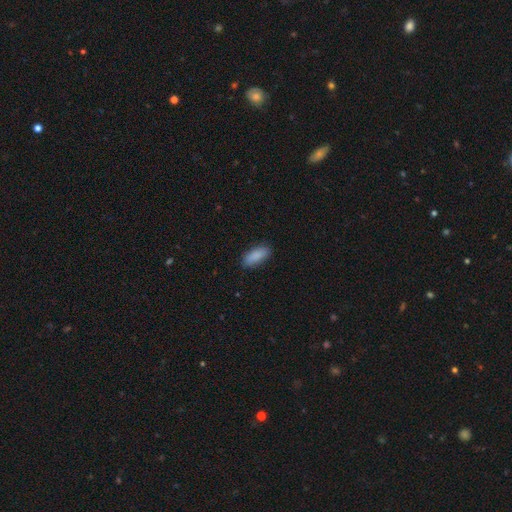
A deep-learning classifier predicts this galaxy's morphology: type=smooth (89%); roundness=in between (81%); merging=none (86%).